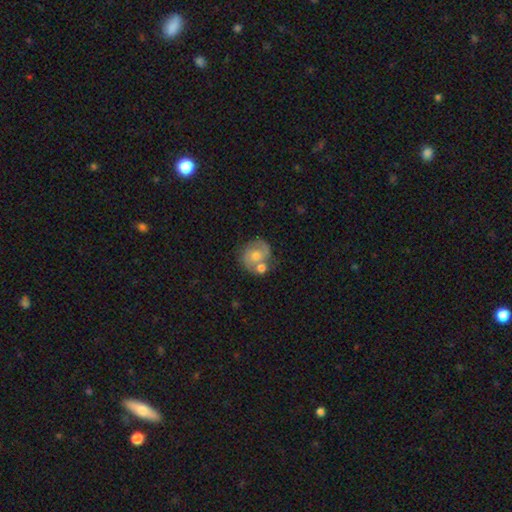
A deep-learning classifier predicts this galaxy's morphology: smooth_or_featured: featured or disk (p=0.54) [alt: smooth p=0.39]
disk_edge_on: no (p=0.98) [alt: yes p=0.02]
bar: no (p=0.67) [alt: weak p=0.28]
has_spiral_arms: yes (p=0.78) [alt: no p=0.22]
bulge_size: moderate (p=0.56) [alt: small p=0.33]
merging: none (p=0.46) [alt: merger p=0.31]